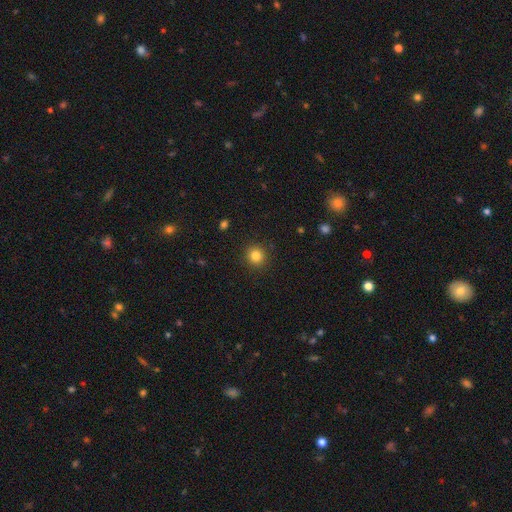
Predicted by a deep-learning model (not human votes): This appears to be a smooth galaxy with no disk features (83%) that is round (92%). Merging: none (91%).